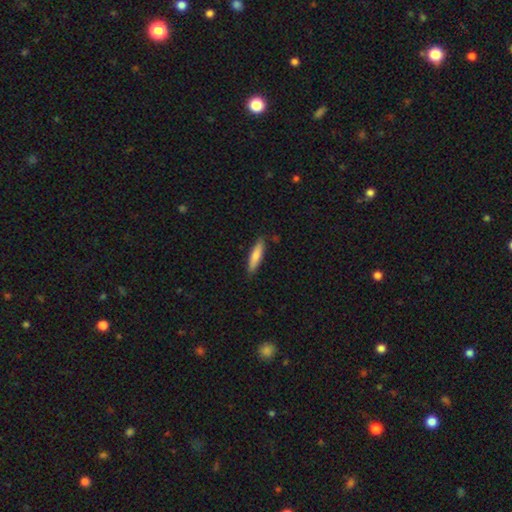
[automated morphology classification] Overall: smooth (78%). How rounded: cigar-shaped (77%). Merging: none (86%).